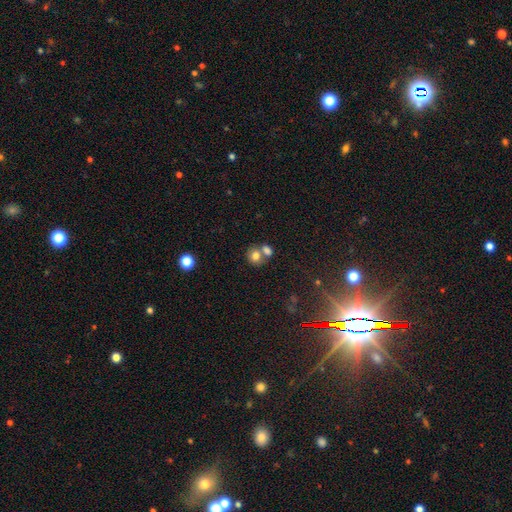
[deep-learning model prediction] This appears to be a smooth galaxy with no disk features (77%) that is round (68%). Merging: merger (45%).